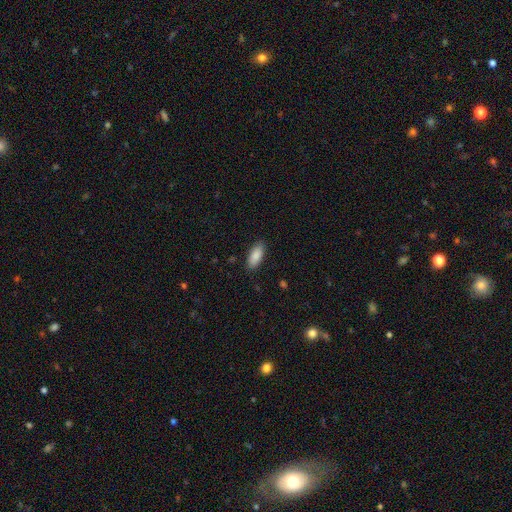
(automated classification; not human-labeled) Smooth or featured: smooth — 89% (star or artifact — 6%)
How rounded: in between — 83% (cigar-shaped — 15%)
Merging: none — 87% (minor disturbance — 10%)